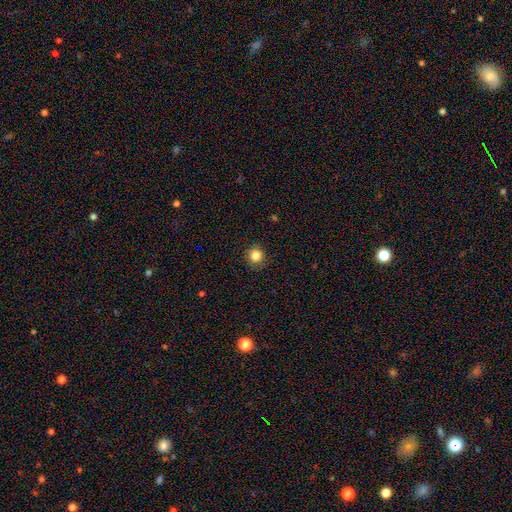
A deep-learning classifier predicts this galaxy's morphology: A smooth galaxy with no disk features (84%) that is round (92%).

Vote fractions:
- Smooth or featured? smooth: 84% / star or artifact: 11% / featured or disk: 5%
- How rounded? round: 92% / in between: 7% / cigar-shaped: 1%
- Merging? none: 90% / minor disturbance: 7% / major disturbance: 2% / merger: 1%